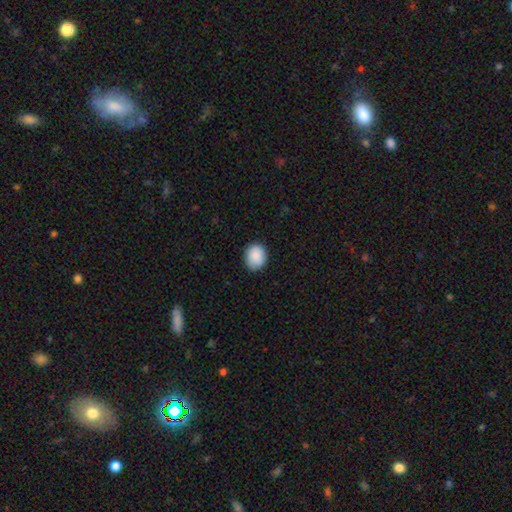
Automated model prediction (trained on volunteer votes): The model was most divided on "how rounded": round: 55%, in between: 44%, cigar-shaped: 1%. More confident: smooth or featured — smooth (90%); merging — none (86%).